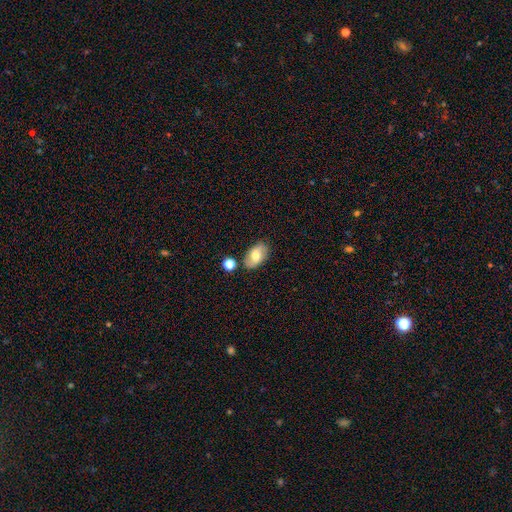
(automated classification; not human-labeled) A smooth galaxy with no disk features (56%) that is in between round and cigar-shaped (91%).

Vote fractions:
- Smooth or featured? smooth: 56% / featured or disk: 35% / star or artifact: 8%
- How rounded? in between: 91% / round: 7% / cigar-shaped: 2%
- Merging? none: 74% / minor disturbance: 16% / merger: 7% / major disturbance: 4%